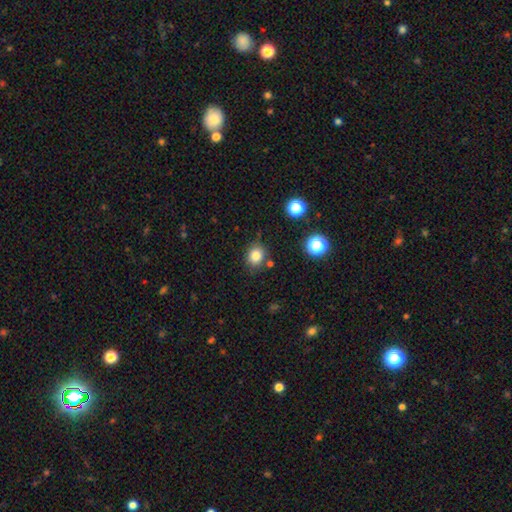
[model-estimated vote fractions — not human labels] smooth-or-featured: smooth: 82% | star or artifact: 12% | featured or disk: 6%
  how-rounded: round: 64% | in between: 35% | cigar-shaped: 1%
  merging: none: 80% | minor disturbance: 12% | merger: 5% | major disturbance: 3%